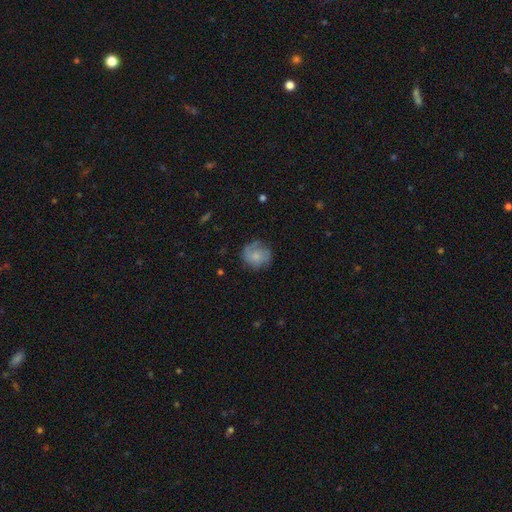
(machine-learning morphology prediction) A smooth galaxy with no disk features (51%) that is round (83%). Merging: none (69%).